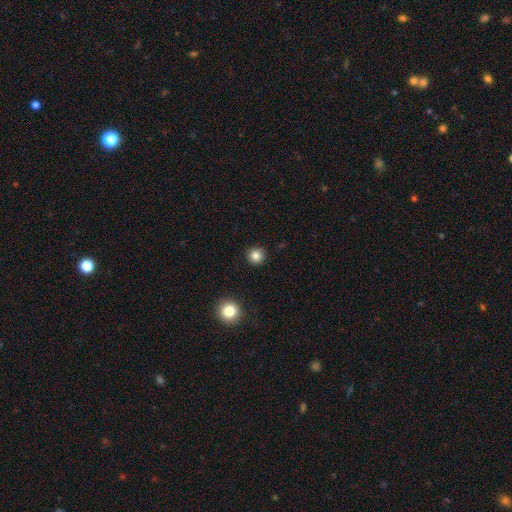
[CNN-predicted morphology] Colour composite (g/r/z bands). It shows a smooth galaxy with no disk features (84%) that is round (95%). Merging: none (92%).